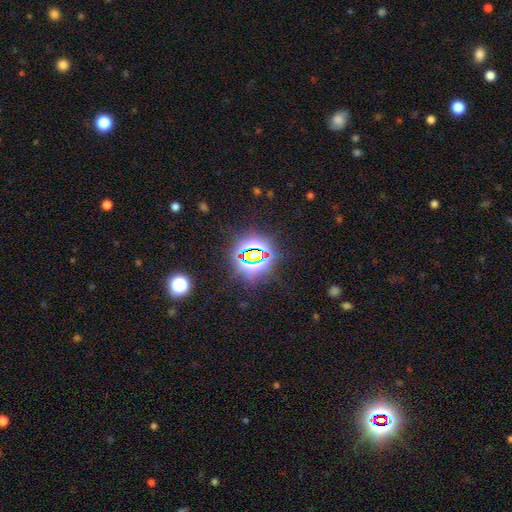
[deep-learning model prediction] Smooth or featured?
  - star or artifact: 80% *
  - smooth: 12%
  - featured or disk: 8%